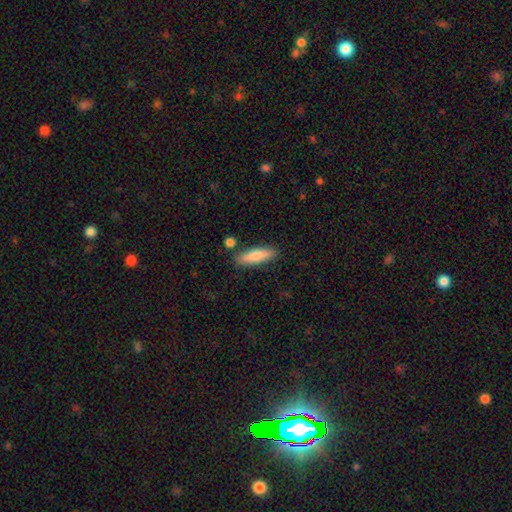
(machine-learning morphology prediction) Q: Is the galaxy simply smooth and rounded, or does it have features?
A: smooth — 75%.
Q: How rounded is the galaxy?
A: cigar-shaped — 64%.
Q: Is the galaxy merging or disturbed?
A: none — 85%.